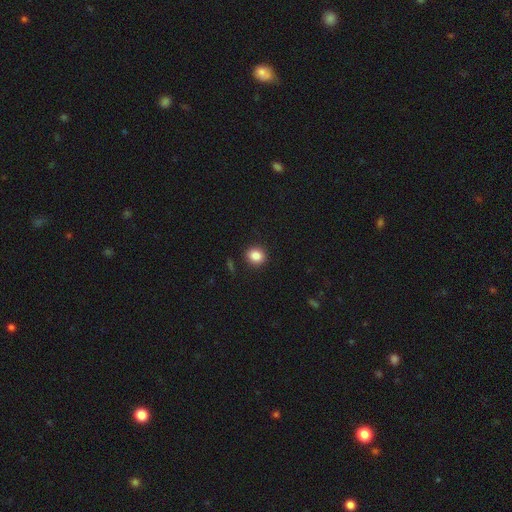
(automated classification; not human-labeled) A smooth galaxy with no disk features (86%) that is round (75%).

Vote fractions:
- Smooth or featured? smooth: 86% / star or artifact: 10% / featured or disk: 4%
- How rounded? round: 75% / in between: 24% / cigar-shaped: 1%
- Merging? none: 91% / minor disturbance: 6% / major disturbance: 2% / merger: 1%